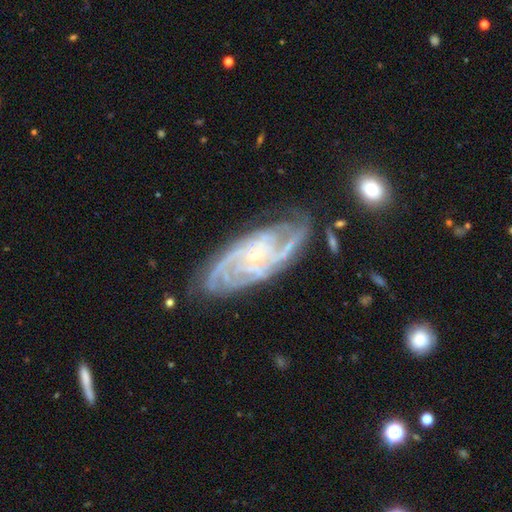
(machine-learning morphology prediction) This is clearly a featured or disk galaxy (90%). It is clearly not viewed edge-on (94%). Bar: likely no (68%). Spiral arm pattern: clearly yes (98%). Spiral arm count: marginally 3 (29%). Spiral winding: likely tight (64%). Central bulge: clearly small (81%). Merging: likely none (73%).